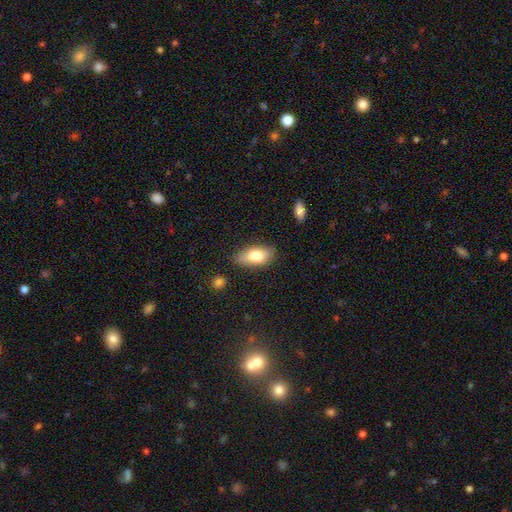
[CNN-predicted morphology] Smooth or featured? Predicted: smooth (p=0.79). How rounded? Predicted: in between (p=0.88). Merging? Predicted: none (p=0.77).